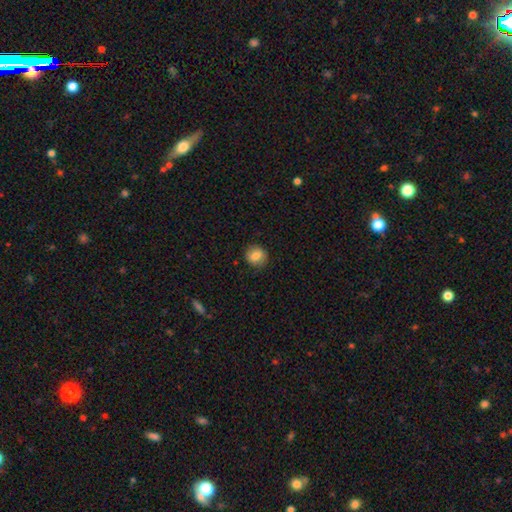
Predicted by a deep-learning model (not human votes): Q: Smooth or featured?
A: smooth (83%); runner-up: star or artifact (9%)
Q: How rounded?
A: round (83%); runner-up: in between (16%)
Q: Merging?
A: none (84%); runner-up: minor disturbance (12%)